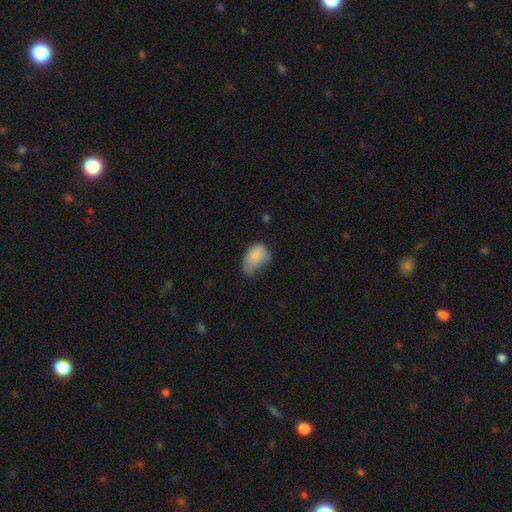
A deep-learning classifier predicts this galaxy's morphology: smooth_or_featured: smooth (p=0.81) [alt: featured or disk p=0.11]
how_rounded: in between (p=0.85) [alt: round p=0.14]
merging: minor disturbance (p=0.46) [alt: none p=0.28]